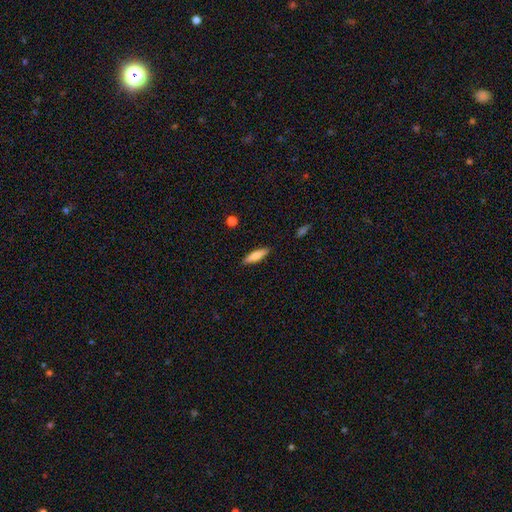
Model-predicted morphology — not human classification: smooth-or-featured: smooth: 76% | featured or disk: 18% | star or artifact: 6%
  how-rounded: cigar-shaped: 71% | in between: 28% | round: 2%
  merging: none: 89% | minor disturbance: 8% | major disturbance: 2% | merger: 1%